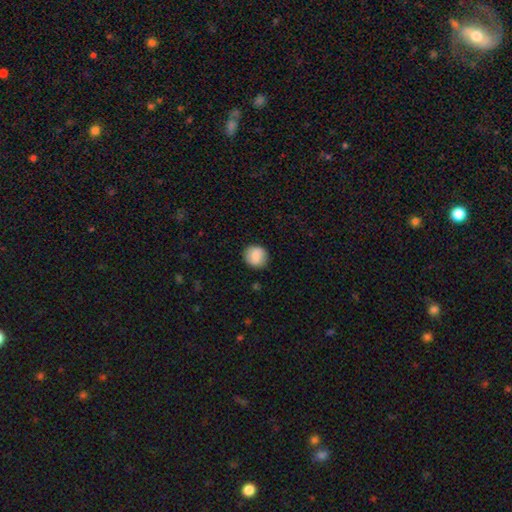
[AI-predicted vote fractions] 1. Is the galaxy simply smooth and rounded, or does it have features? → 87% smooth, 7% star or artifact, 6% featured or disk.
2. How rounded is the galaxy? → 90% round, 9% in between, 1% cigar-shaped.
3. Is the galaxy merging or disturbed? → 88% none, 9% minor disturbance, 2% major disturbance, 1% merger.